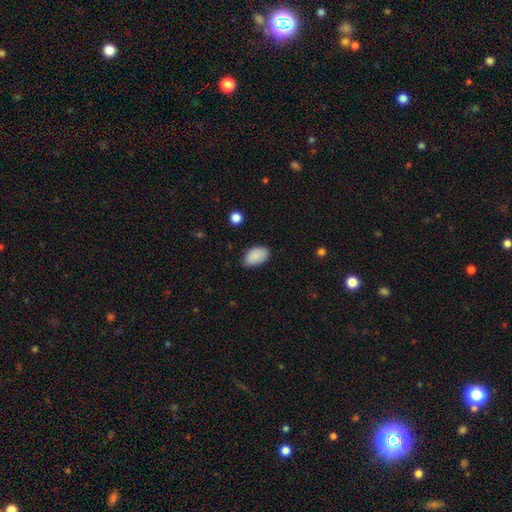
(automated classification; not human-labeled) Q: Smooth or featured?
A: smooth (89%); runner-up: star or artifact (7%)
Q: How rounded?
A: in between (93%); runner-up: round (5%)
Q: Merging?
A: none (80%); runner-up: minor disturbance (16%)